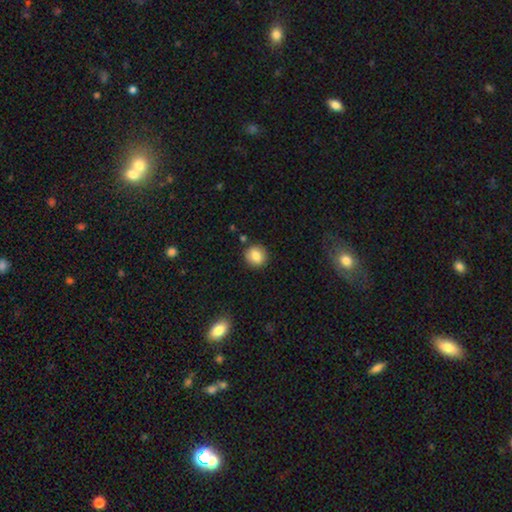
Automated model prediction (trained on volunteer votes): Smooth or featured?
  - smooth: 83% *
  - star or artifact: 9%
  - featured or disk: 8%
How rounded?
  - round: 85% *
  - in between: 14%
  - cigar-shaped: 1%
Merging?
  - none: 88% *
  - minor disturbance: 8%
  - merger: 3%
  - major disturbance: 2%